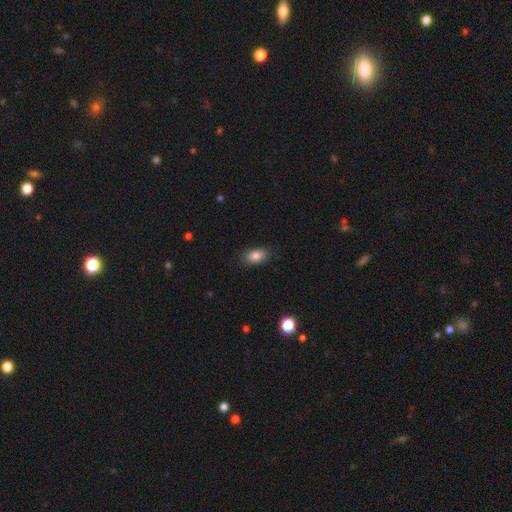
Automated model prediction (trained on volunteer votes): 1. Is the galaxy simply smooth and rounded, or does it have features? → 84% smooth, 8% star or artifact, 7% featured or disk.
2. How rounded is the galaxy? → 89% in between, 8% round, 3% cigar-shaped.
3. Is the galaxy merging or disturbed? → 85% none, 11% minor disturbance, 3% major disturbance, 1% merger.